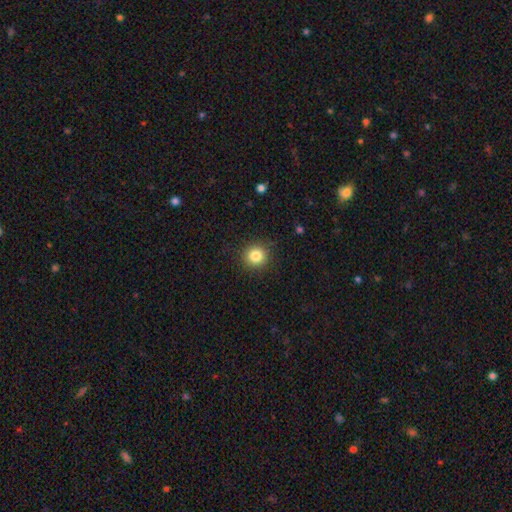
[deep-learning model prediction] Smooth or featured? Predicted: smooth (p=0.84). How rounded? Predicted: round (p=0.91). Merging? Predicted: none (p=0.89).